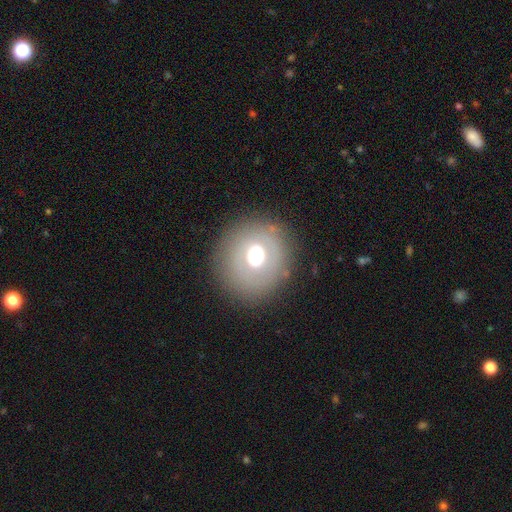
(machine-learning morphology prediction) A smooth galaxy with no disk features (58%) that is round (83%).

Vote fractions:
- Smooth or featured? smooth: 58% / featured or disk: 28% / star or artifact: 14%
- How rounded? round: 83% / in between: 16% / cigar-shaped: 1%
- Merging? none: 82% / minor disturbance: 10% / major disturbance: 6% / merger: 2%